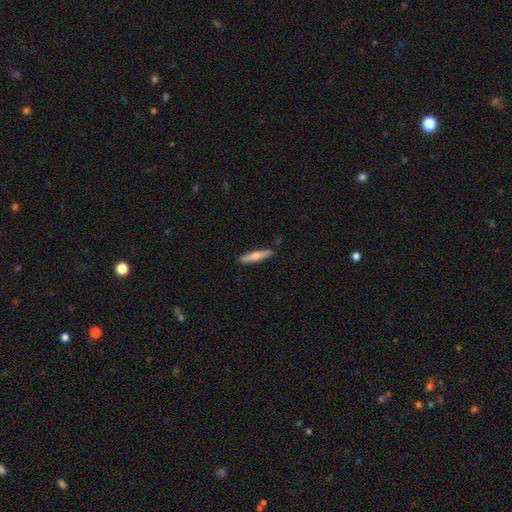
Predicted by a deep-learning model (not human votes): A smooth galaxy with no disk features (59%) that is cigar-shaped (87%). Merging: none (87%).